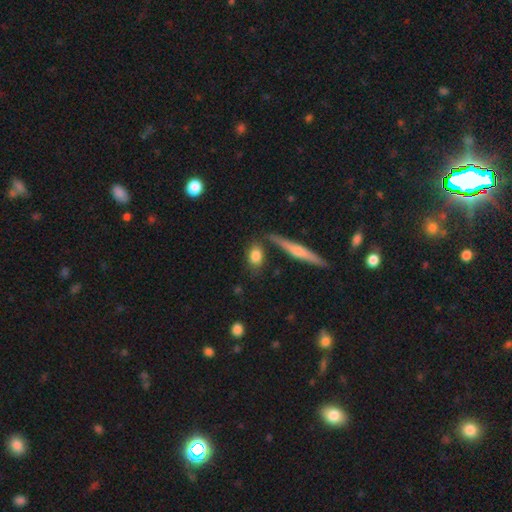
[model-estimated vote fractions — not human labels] A smooth galaxy with no disk features (79%) that is in between round and cigar-shaped (66%). Merging: none (70%).